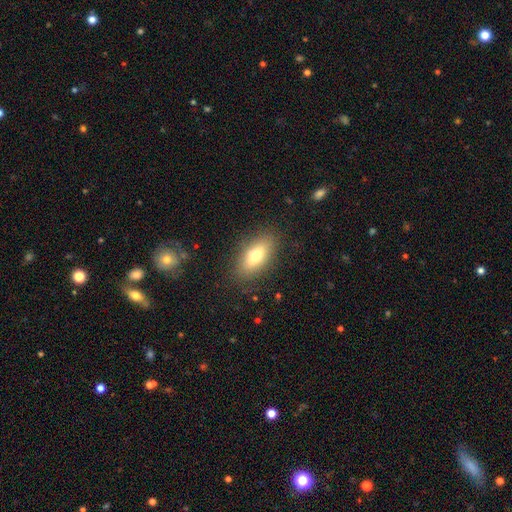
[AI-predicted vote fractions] A smooth galaxy with no disk features (72%) that is in between round and cigar-shaped (81%). Merging: none (85%).